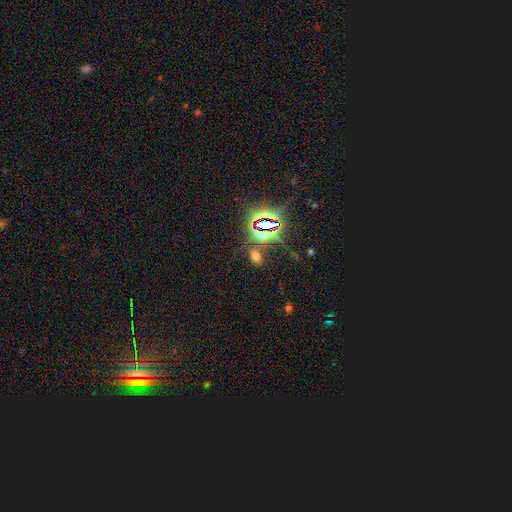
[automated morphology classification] Smooth or featured? smooth (50%)
Merging? none (78%)